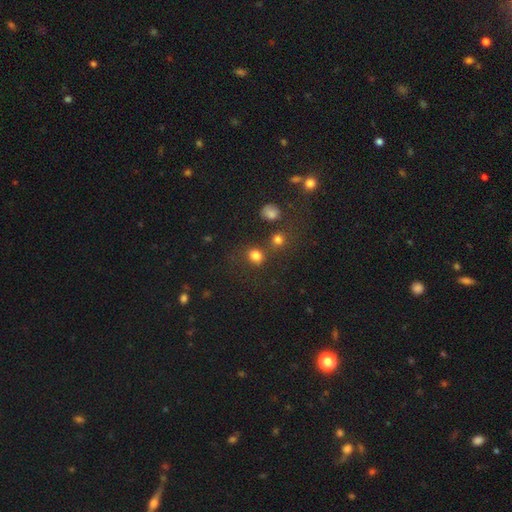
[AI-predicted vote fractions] Smooth or featured? smooth (79%)
How rounded? round (63%)
Merging? none (62%)